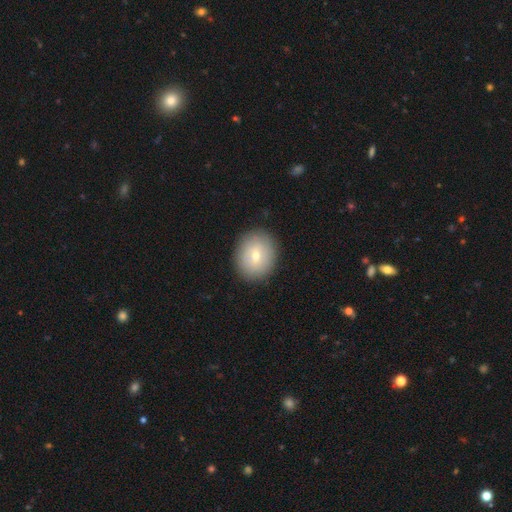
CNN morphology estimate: Overall: smooth (68%). How rounded: round (69%; in between 30%). Merging: none (88%).